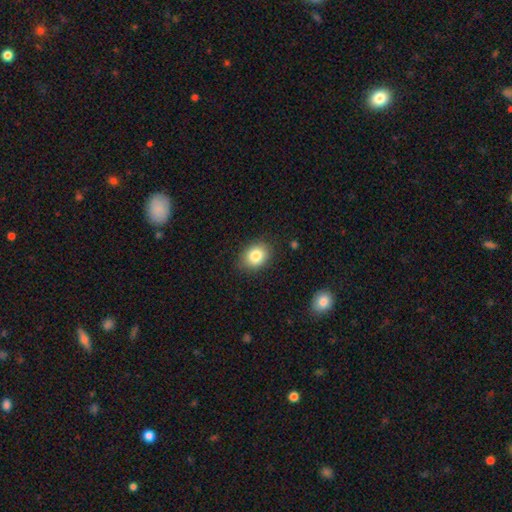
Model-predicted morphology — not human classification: type=smooth (83%); roundness=in between (55%); merging=none (84%).